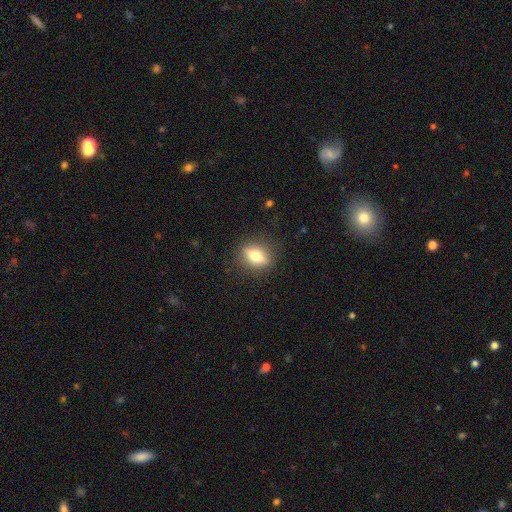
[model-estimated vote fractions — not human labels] Smooth or featured?
  - smooth: 47% *
  - featured or disk: 44%
  - star or artifact: 8%
Merging?
  - none: 86% *
  - minor disturbance: 10%
  - major disturbance: 4%
  - merger: 1%